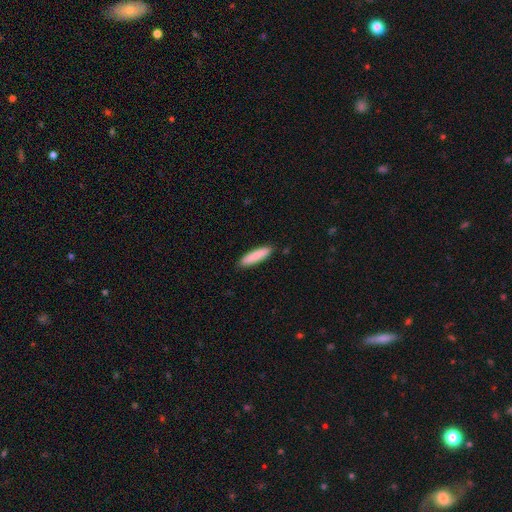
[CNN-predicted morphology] Overall: smooth (86%). How rounded: cigar-shaped (75%). Merging: none (89%).